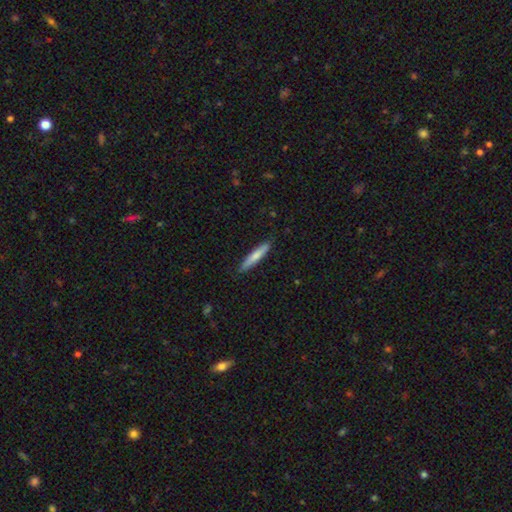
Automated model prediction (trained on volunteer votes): Morphology: type=smooth (70%); roundness=cigar-shaped (92%); merging=none (88%).